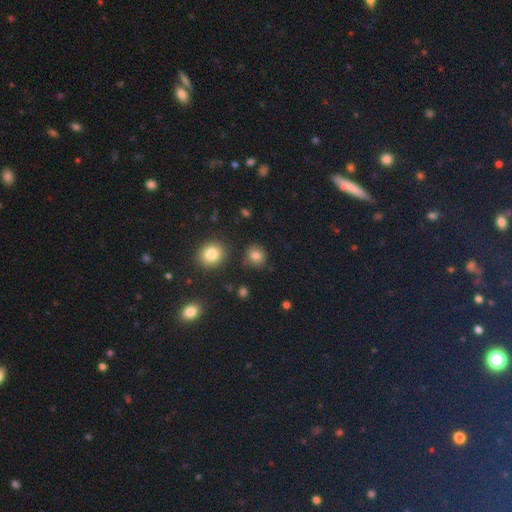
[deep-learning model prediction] Smooth or featured: smooth — 81% (star or artifact — 13%)
How rounded: round — 75% (in between — 24%)
Merging: none — 82% (minor disturbance — 11%)